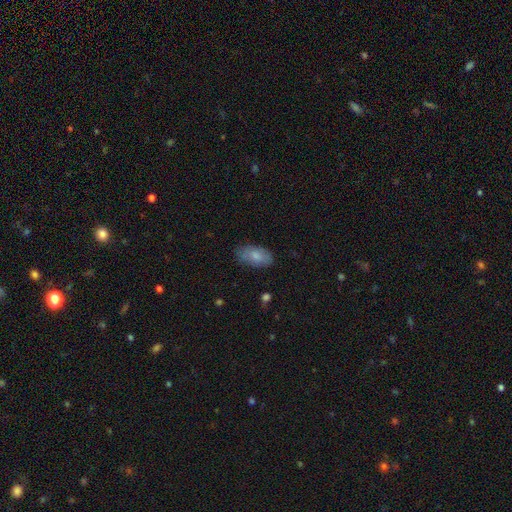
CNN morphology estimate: smooth_or_featured: smooth (p=0.77) [alt: featured or disk p=0.17]
how_rounded: in between (p=0.93) [alt: round p=0.04]
merging: none (p=0.75) [alt: minor disturbance p=0.19]